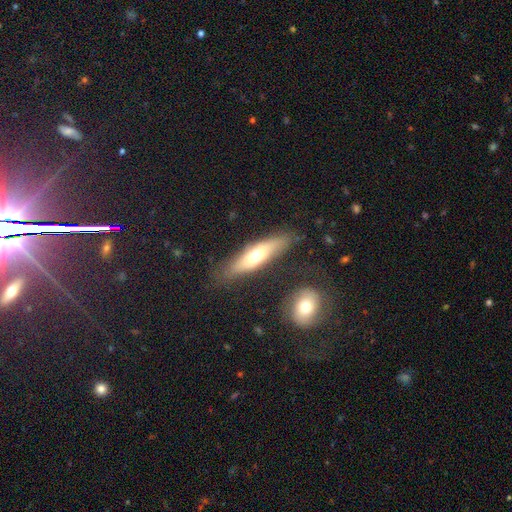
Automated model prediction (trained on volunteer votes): Morphology: type=smooth (54%); roundness=cigar-shaped (63%); merging=none (77%).